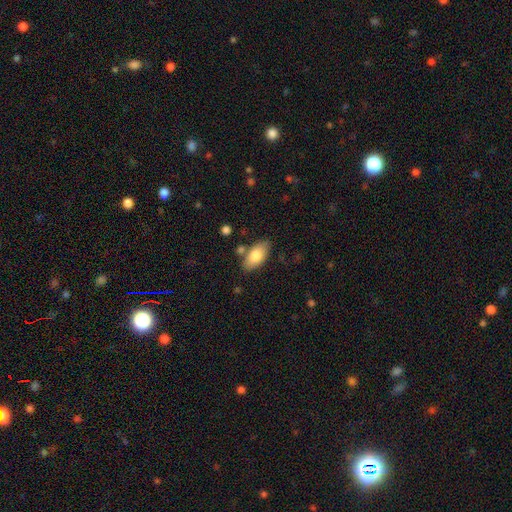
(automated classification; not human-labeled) This is likely a smooth galaxy (79%). How rounded: clearly in between (91%). Merging: likely none (78%).